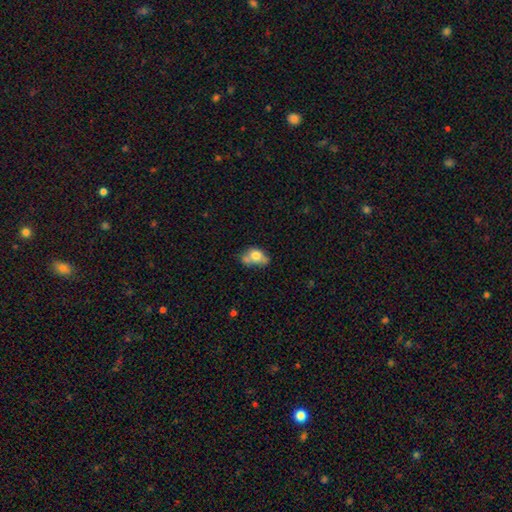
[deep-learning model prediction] This appears to be a smooth galaxy with no disk features (69%) that is in between round and cigar-shaped (77%). Merging: none (32%).